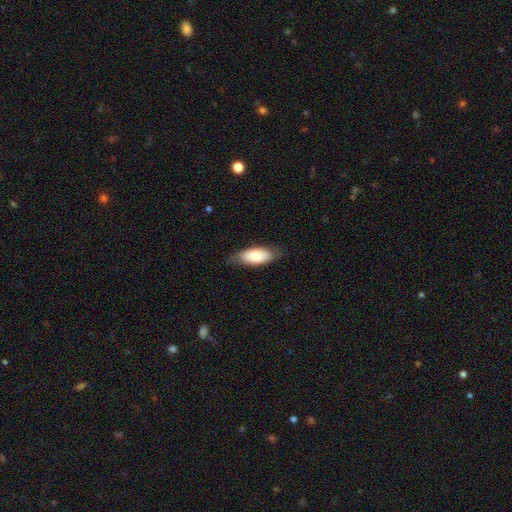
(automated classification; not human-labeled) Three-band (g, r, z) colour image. It shows a smooth galaxy with no disk features (76%) that is in between round and cigar-shaped (84%). Merging: none (78%).